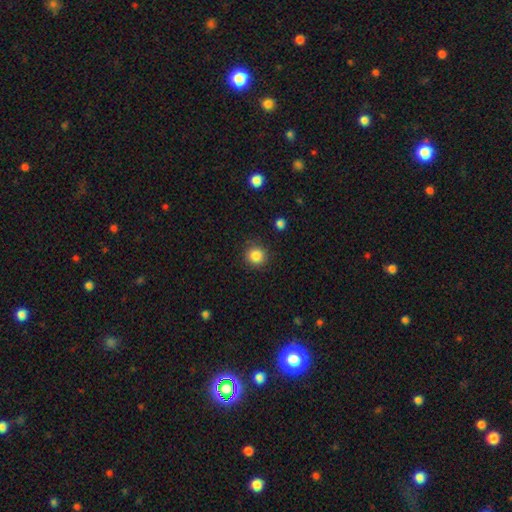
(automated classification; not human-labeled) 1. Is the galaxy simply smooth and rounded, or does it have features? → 86% smooth, 10% star or artifact, 4% featured or disk.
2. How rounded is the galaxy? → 91% round, 8% in between, 1% cigar-shaped.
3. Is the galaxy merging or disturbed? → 88% none, 8% minor disturbance, 3% major disturbance, 1% merger.